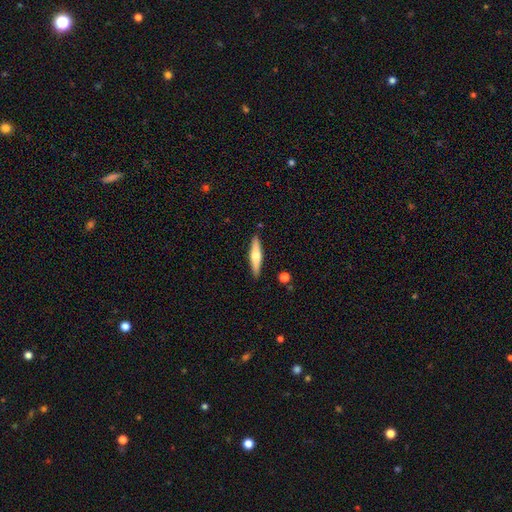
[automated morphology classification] The model was most divided on "smooth or featured": featured or disk: 48%, smooth: 47%, star or artifact: 6%. More confident: merging — none (89%).